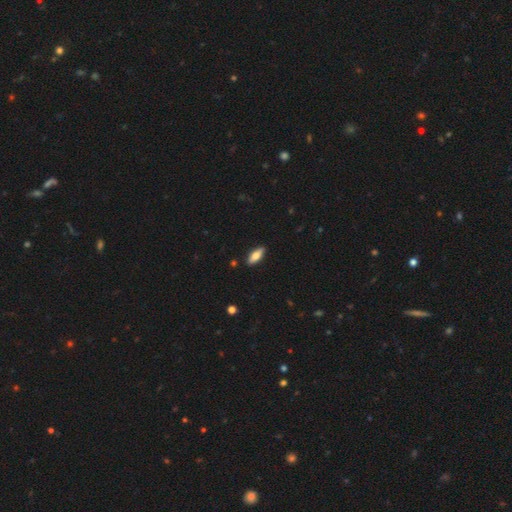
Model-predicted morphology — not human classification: Smooth or featured?
  - smooth: 67% *
  - featured or disk: 27%
  - star or artifact: 6%
How rounded?
  - in between: 63% *
  - cigar-shaped: 35%
  - round: 2%
Merging?
  - none: 89% *
  - minor disturbance: 8%
  - major disturbance: 2%
  - merger: 1%